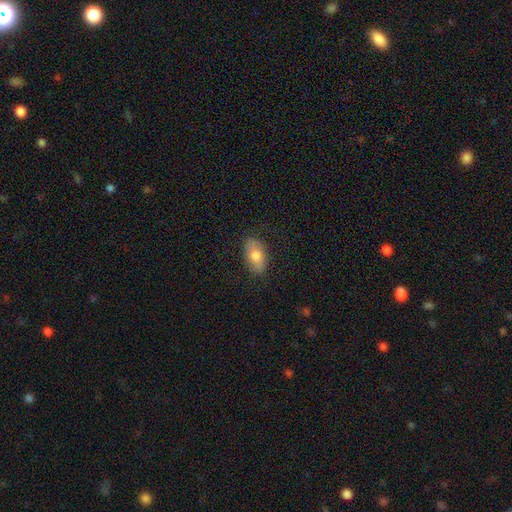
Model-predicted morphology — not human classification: The model was most divided on "smooth or featured": smooth: 75%, featured or disk: 19%, star or artifact: 7%. More confident: how rounded — in between (92%); merging — none (82%).